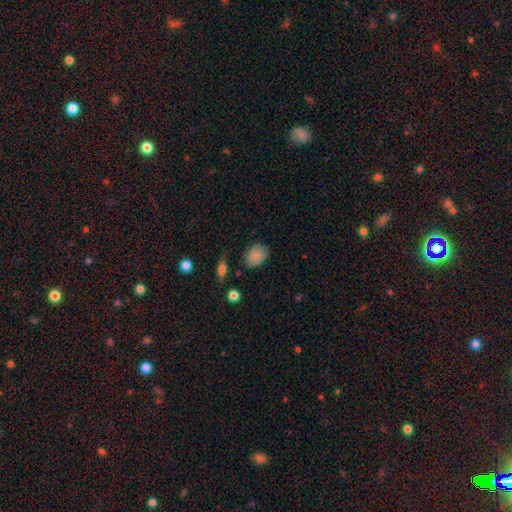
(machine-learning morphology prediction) A smooth galaxy with no disk features (85%) that is in between round and cigar-shaped (74%). Merging: none (74%).